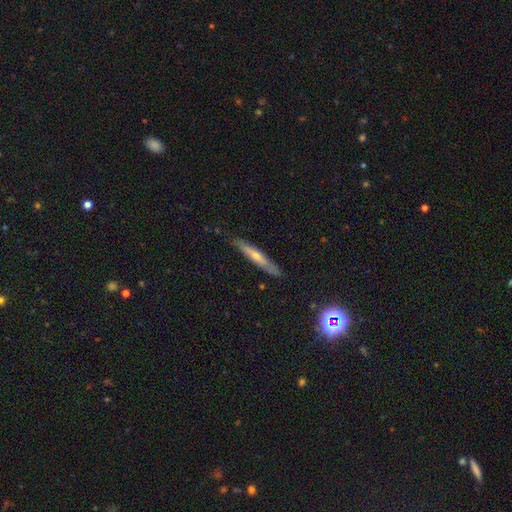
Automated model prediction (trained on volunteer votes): smooth-or-featured: featured or disk: 52% | smooth: 41% | star or artifact: 8%
  disk-edge-on: yes: 87% | no: 13%
  merging: none: 85% | minor disturbance: 11% | major disturbance: 2% | merger: 1%